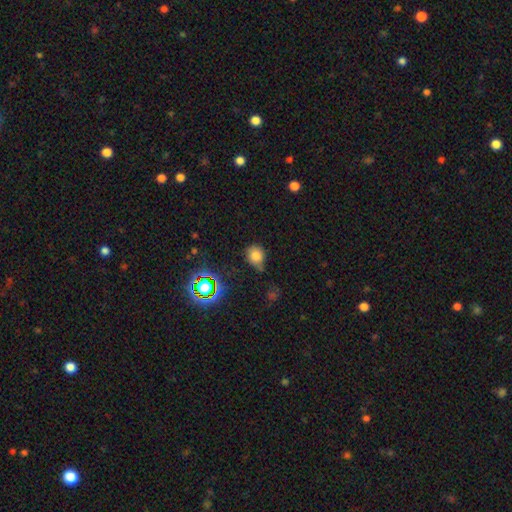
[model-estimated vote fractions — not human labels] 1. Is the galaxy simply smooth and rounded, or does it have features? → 75% smooth, 17% star or artifact, 8% featured or disk.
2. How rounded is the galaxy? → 67% round, 32% in between, 1% cigar-shaped.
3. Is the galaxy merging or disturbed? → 52% none, 34% minor disturbance, 9% major disturbance, 5% merger.